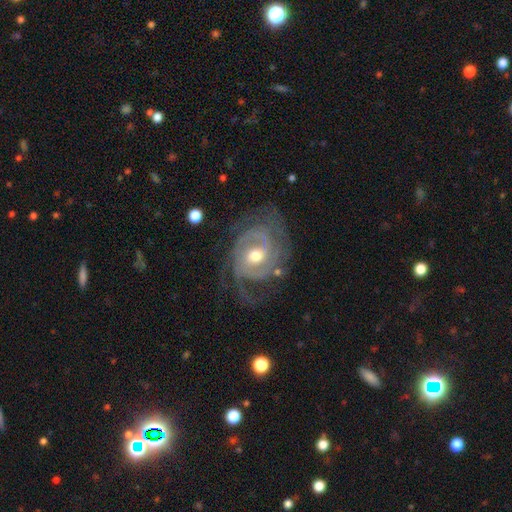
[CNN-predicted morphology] Overall: featured or disk (90%). Edge-on disk: no (97%). Bar: no (52%; weak 37%). Spiral arms: yes (96%). Spiral arm count: 2 (38%; 3 24%). Spiral winding: tight (53%; medium 36%). Bulge size: moderate (70%). Merging: none (63%).